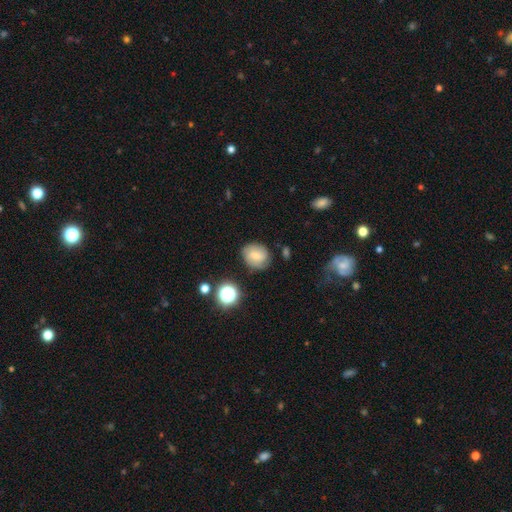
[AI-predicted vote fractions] A smooth galaxy with no disk features (58%) that is round (65%). Merging: none (72%).